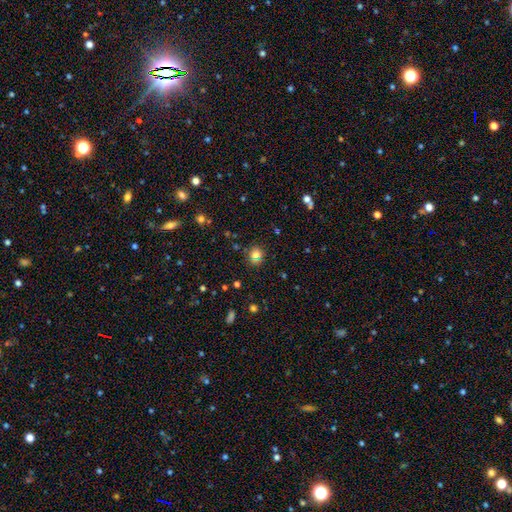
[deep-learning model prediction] smooth-or-featured: smooth: 74% | star or artifact: 18% | featured or disk: 8%
  how-rounded: round: 78% | in between: 21% | cigar-shaped: 1%
  merging: none: 79% | minor disturbance: 11% | merger: 7% | major disturbance: 3%